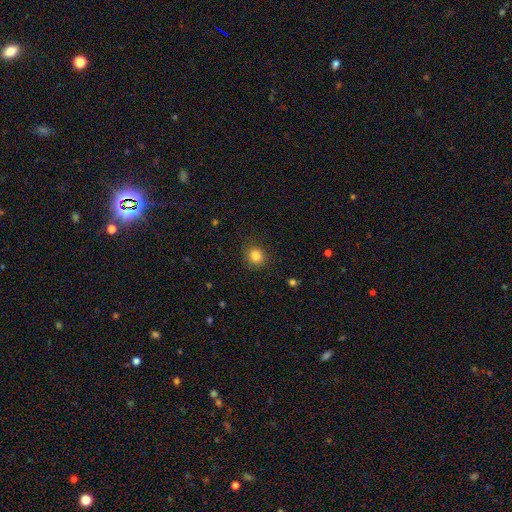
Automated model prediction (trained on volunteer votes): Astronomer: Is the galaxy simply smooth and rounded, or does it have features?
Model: smooth — 84%.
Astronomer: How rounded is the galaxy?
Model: round — 84%.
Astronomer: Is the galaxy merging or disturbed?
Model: none — 87%.